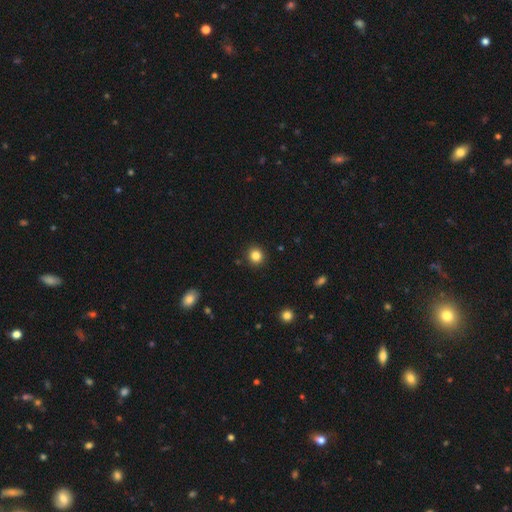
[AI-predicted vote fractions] Morphology: type=smooth (83%); roundness=round (90%); merging=none (92%).